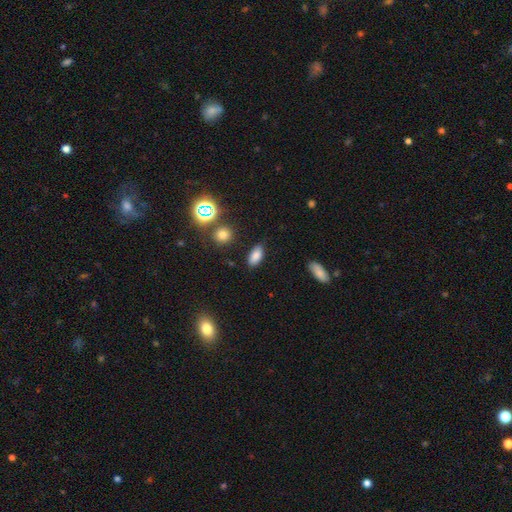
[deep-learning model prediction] This appears to be a smooth galaxy with no disk features (82%) that is in between round and cigar-shaped (89%). Merging: none (84%).